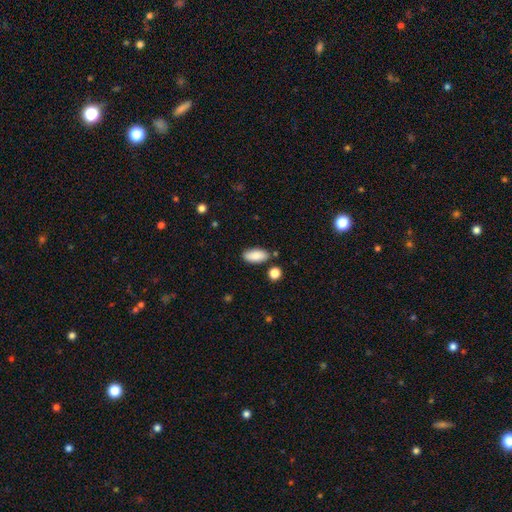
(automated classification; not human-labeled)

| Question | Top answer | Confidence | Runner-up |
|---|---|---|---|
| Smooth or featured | smooth | 87% | featured or disk (7%) |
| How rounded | in between | 92% | cigar-shaped (6%) |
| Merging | none | 82% | minor disturbance (11%) |